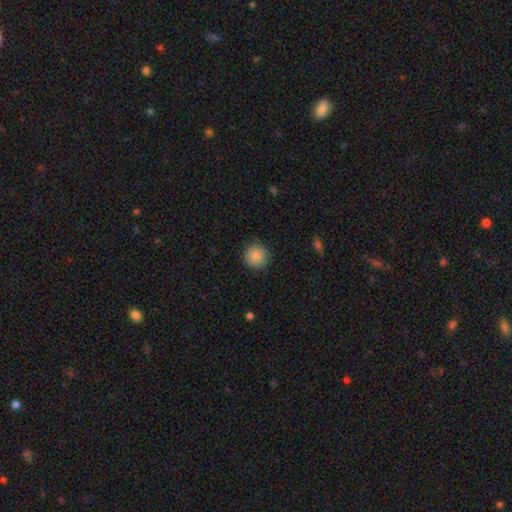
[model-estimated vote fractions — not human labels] A smooth galaxy with no disk features (86%) that is round (94%). Merging: none (86%).